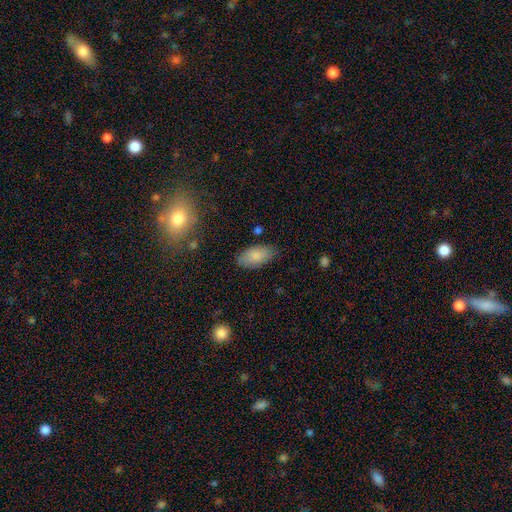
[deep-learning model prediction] A smooth galaxy with no disk features (83%) that is in between round and cigar-shaped (94%).

Vote fractions:
- Smooth or featured? smooth: 83% / featured or disk: 10% / star or artifact: 7%
- How rounded? in between: 94% / round: 3% / cigar-shaped: 3%
- Merging? none: 80% / minor disturbance: 15% / major disturbance: 3% / merger: 2%